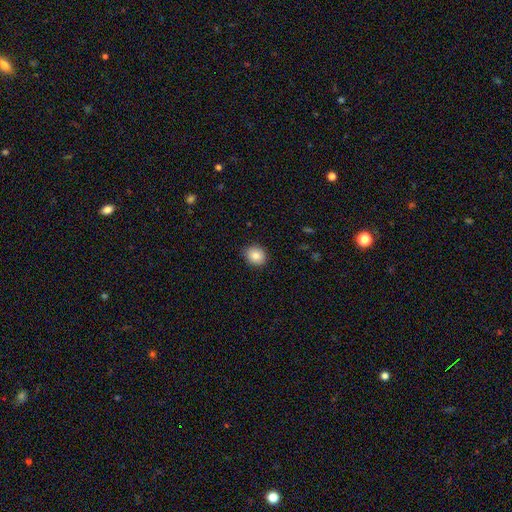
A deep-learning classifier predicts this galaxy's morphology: Smooth or featured: smooth — 84% (star or artifact — 9%)
How rounded: round — 73% (in between — 26%)
Merging: none — 84% (minor disturbance — 13%)